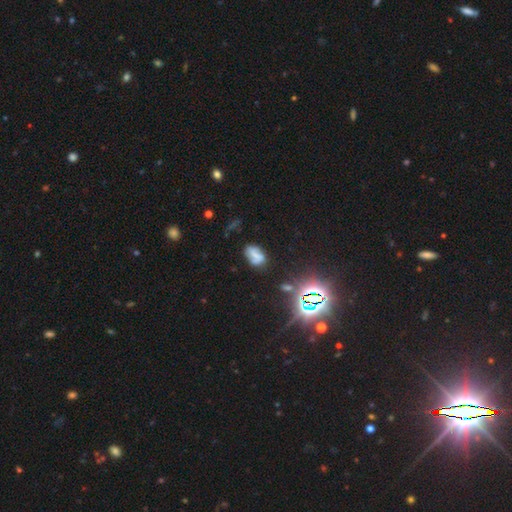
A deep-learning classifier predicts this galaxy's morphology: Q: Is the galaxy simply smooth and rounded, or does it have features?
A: smooth — 45%.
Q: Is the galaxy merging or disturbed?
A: none — 59%.